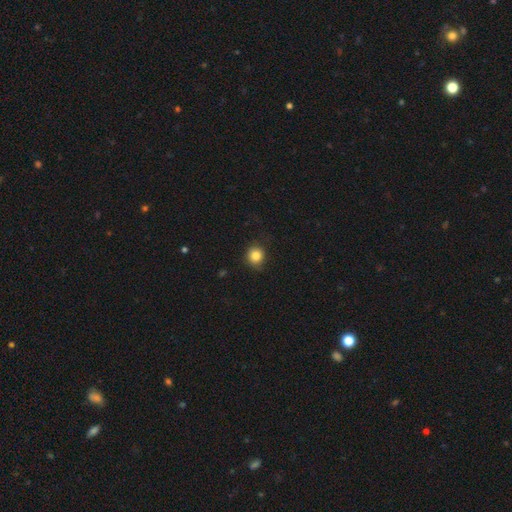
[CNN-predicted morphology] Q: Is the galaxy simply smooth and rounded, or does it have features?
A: smooth — 84%.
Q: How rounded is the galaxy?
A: round — 88%.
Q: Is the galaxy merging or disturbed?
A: none — 85%.